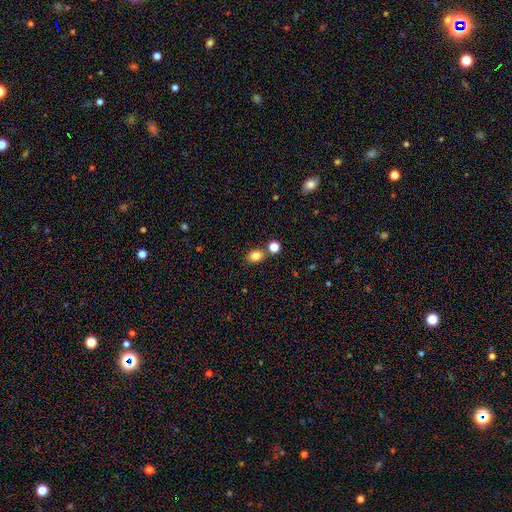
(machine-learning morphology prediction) Q: Smooth or featured?
A: smooth (81%); runner-up: star or artifact (12%)
Q: How rounded?
A: in between (52%); runner-up: round (47%)
Q: Merging?
A: none (73%); runner-up: merger (14%)